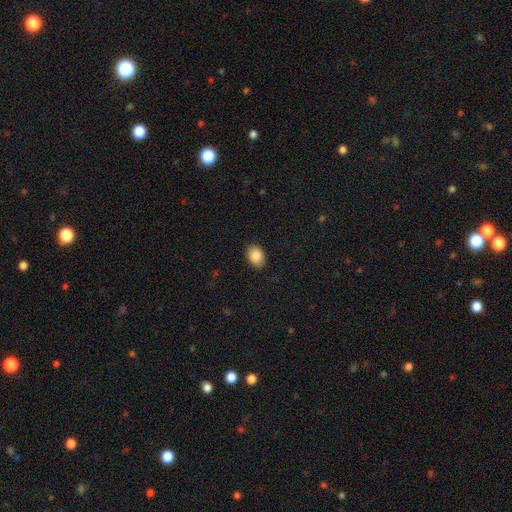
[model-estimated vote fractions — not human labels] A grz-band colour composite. It shows a smooth galaxy with no disk features (88%) that is in between round and cigar-shaped (74%). Merging: none (88%).